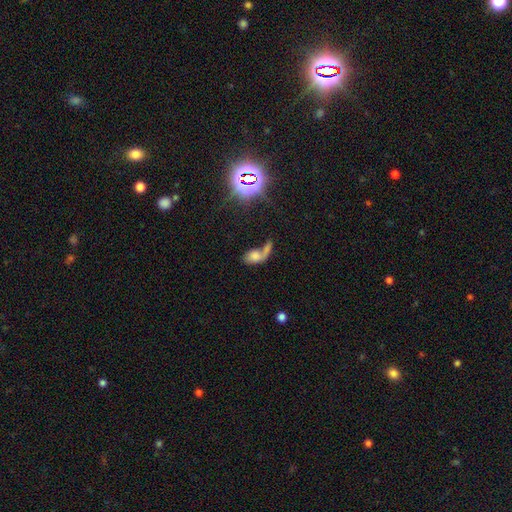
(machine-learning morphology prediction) smooth-or-featured: smooth: 59% | featured or disk: 24% | star or artifact: 17%
  how-rounded: in between: 81% | round: 14% | cigar-shaped: 4%
  merging: merger: 52% | none: 21% | major disturbance: 17% | minor disturbance: 10%